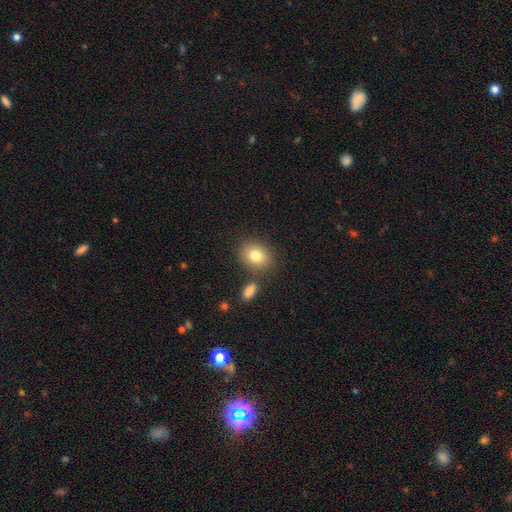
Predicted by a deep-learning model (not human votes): Smooth or featured: smooth — 81% (featured or disk — 10%)
How rounded: round — 51% (in between — 48%)
Merging: none — 78% (minor disturbance — 10%)